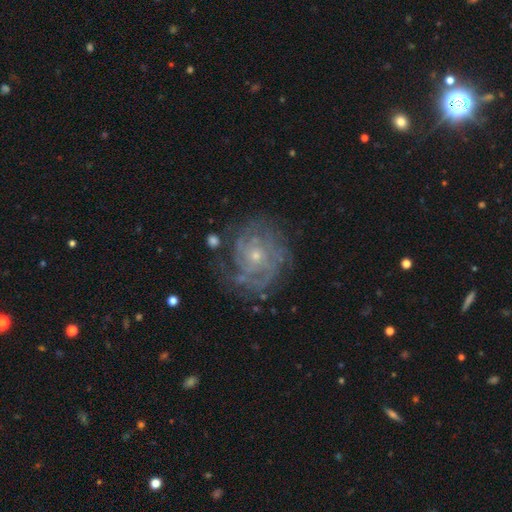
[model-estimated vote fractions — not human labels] smooth_or_featured: featured or disk (p=0.84) [alt: smooth p=0.08]
disk_edge_on: no (p=0.97) [alt: yes p=0.03]
bar: no (p=0.79) [alt: weak p=0.17]
has_spiral_arms: yes (p=0.94) [alt: no p=0.06]
spiral_winding: tight (p=0.67) [alt: medium p=0.26]
spiral_arm_count: can't tell (p=0.35) [alt: 3 p=0.19]
bulge_size: small (p=0.72) [alt: moderate p=0.24]
merging: none (p=0.70) [alt: minor disturbance p=0.18]